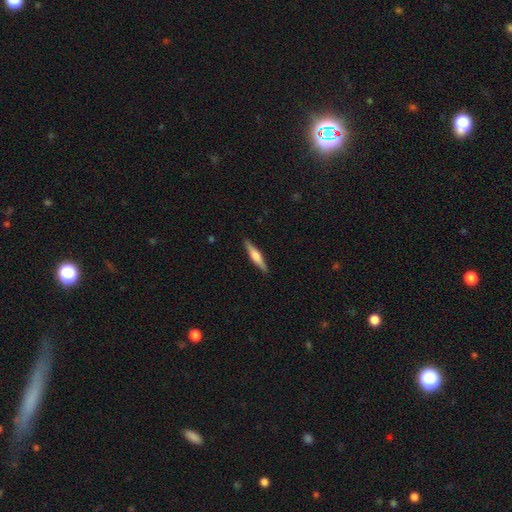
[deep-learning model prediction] Overall: featured or disk (50%; smooth 44%). Edge-on disk: yes (97%). Merging: none (90%).